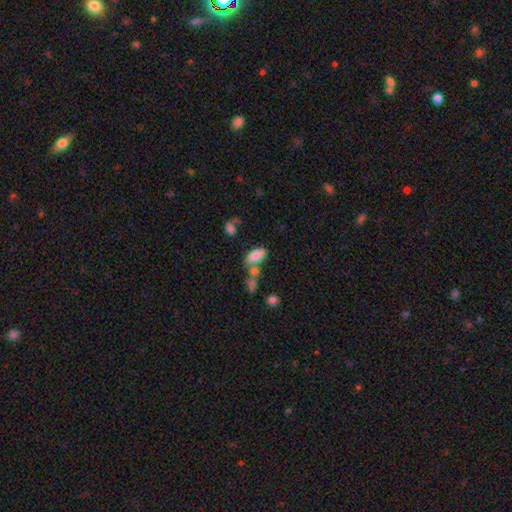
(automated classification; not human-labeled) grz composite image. It shows a smooth galaxy with no disk features (81%) that is in between round and cigar-shaped (90%). Merging: none (46%).